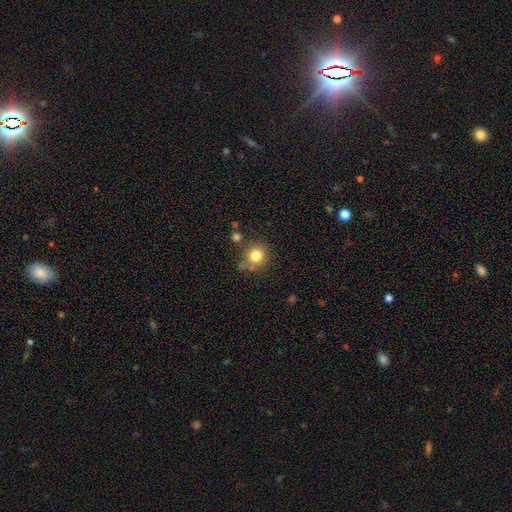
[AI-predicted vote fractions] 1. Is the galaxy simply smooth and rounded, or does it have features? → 81% smooth, 11% star or artifact, 8% featured or disk.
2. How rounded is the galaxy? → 92% round, 7% in between, 1% cigar-shaped.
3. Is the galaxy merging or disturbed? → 75% none, 12% minor disturbance, 9% merger, 4% major disturbance.